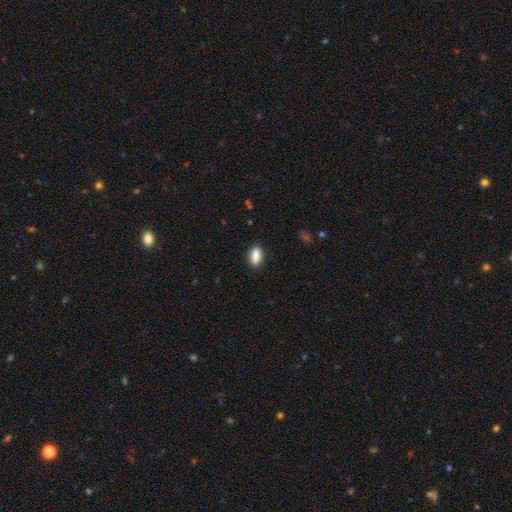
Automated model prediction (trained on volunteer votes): Smooth or featured? smooth (87%)
How rounded? in between (83%)
Merging? none (86%)